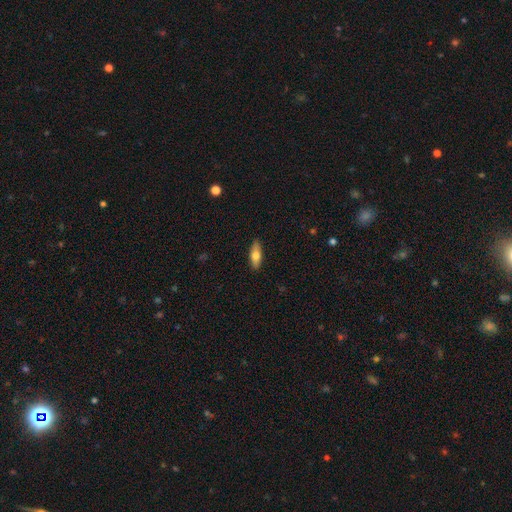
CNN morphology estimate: Overall: smooth (69%). How rounded: in between (64%; cigar-shaped 33%). Merging: none (88%).